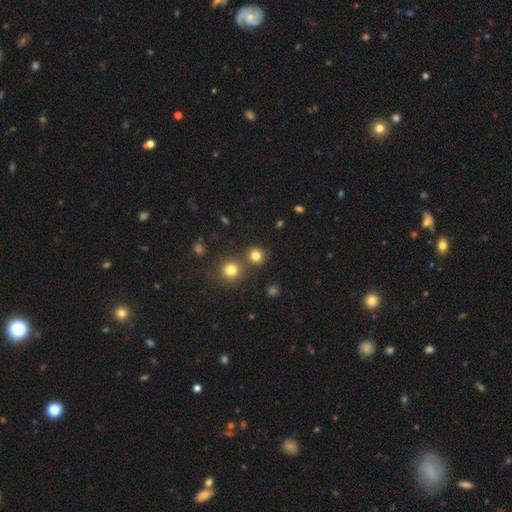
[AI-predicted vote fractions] Smooth or featured? smooth (79%)
How rounded? round (91%)
Merging? none (77%)